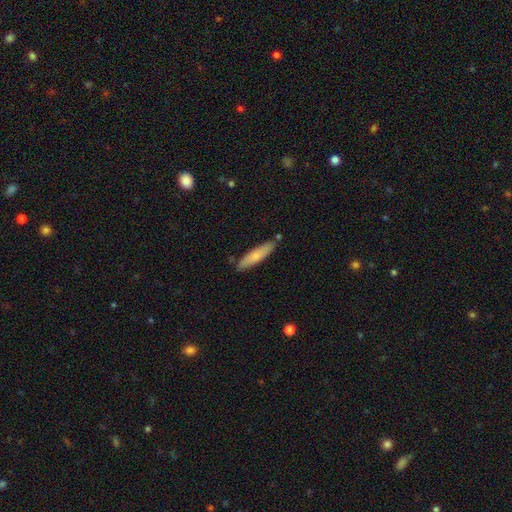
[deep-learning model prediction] smooth 71%, featured or disk 24%, star or artifact 5%. Down the decision tree: how rounded — cigar-shaped (83%); merging — none (82%).